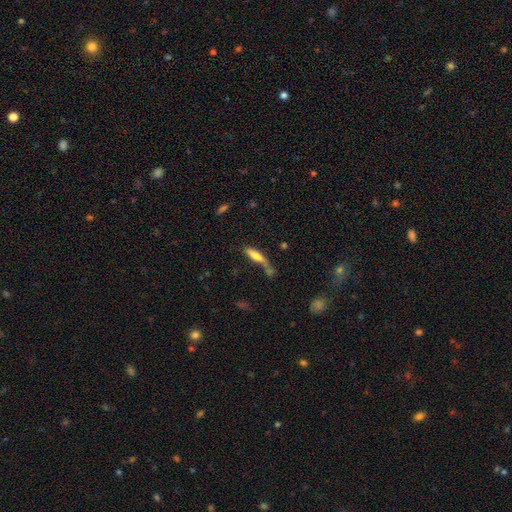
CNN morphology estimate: type=smooth (63%); roundness=cigar-shaped (72%); merging=none (40%).